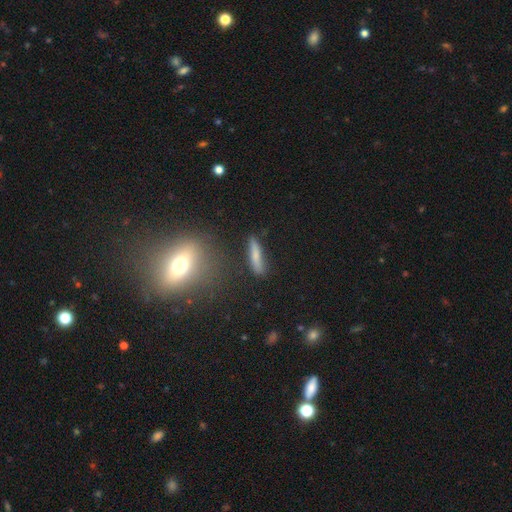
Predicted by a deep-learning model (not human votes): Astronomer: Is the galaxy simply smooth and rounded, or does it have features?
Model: smooth — 70%.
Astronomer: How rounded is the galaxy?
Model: cigar-shaped — 84%.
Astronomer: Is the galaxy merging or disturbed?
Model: none — 81%.